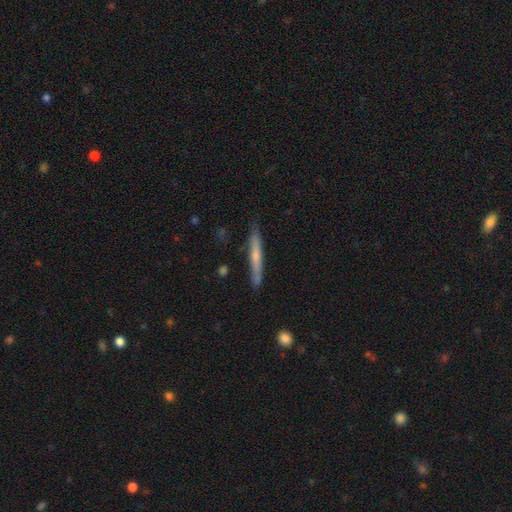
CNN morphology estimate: Smooth or featured? featured or disk (56%)
Edge-on disk? yes (93%)
Edge-on bulge? rounded (65%)
Merging? none (86%)